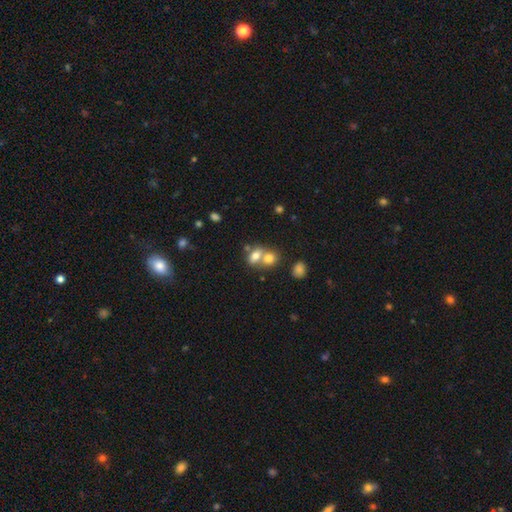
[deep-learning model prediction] Smooth or featured?
  - smooth: 73% *
  - featured or disk: 16%
  - star or artifact: 11%
How rounded?
  - in between: 66% *
  - round: 32%
  - cigar-shaped: 2%
Merging?
  - merger: 62% *
  - none: 27%
  - minor disturbance: 7%
  - major disturbance: 4%